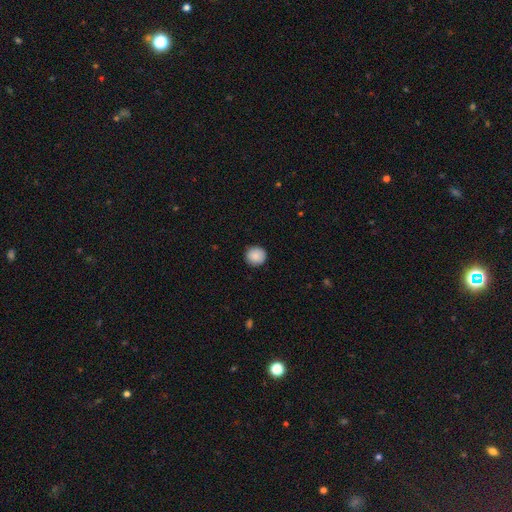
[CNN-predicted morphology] type=smooth (89%); roundness=round (93%); merging=none (91%).